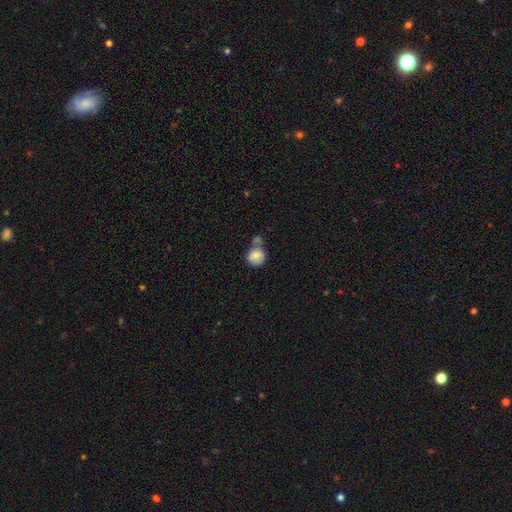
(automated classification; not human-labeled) Q: Smooth or featured?
A: smooth (76%); runner-up: featured or disk (16%)
Q: How rounded?
A: round (73%); runner-up: in between (26%)
Q: Merging?
A: merger (38%); runner-up: none (37%)